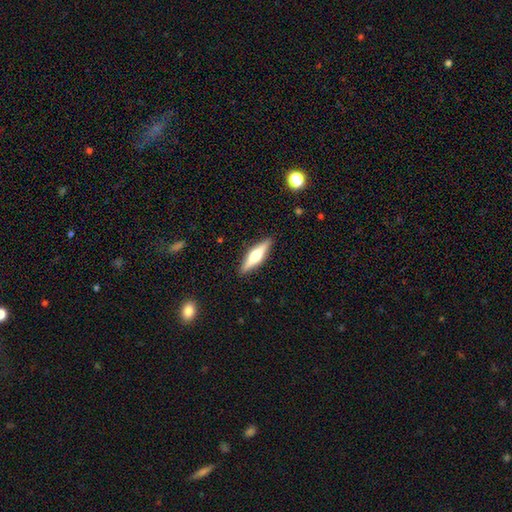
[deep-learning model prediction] Morphology: type=featured or disk (58%); edge-on=yes (96%); edge-on bulge=rounded (93%); merging=none (90%).